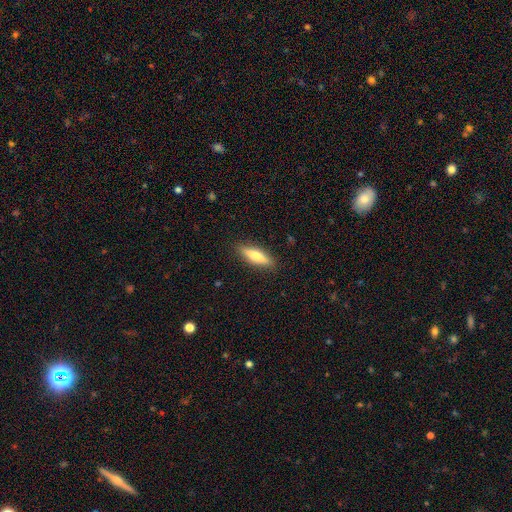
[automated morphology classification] The model was most divided on "smooth or featured": smooth: 62%, featured or disk: 32%, star or artifact: 6%. More confident: merging — none (89%); how rounded — cigar-shaped (68%).